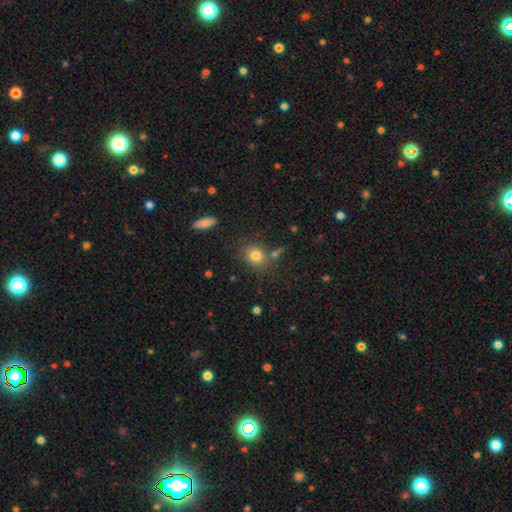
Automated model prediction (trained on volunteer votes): Q: Smooth or featured?
A: smooth (79%); runner-up: star or artifact (12%)
Q: How rounded?
A: round (62%); runner-up: in between (37%)
Q: Merging?
A: none (77%); runner-up: minor disturbance (12%)